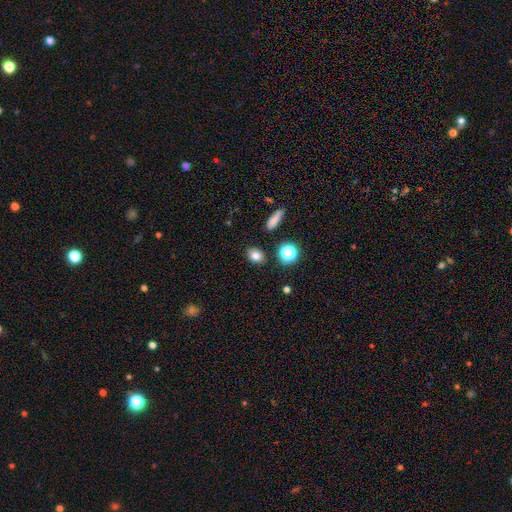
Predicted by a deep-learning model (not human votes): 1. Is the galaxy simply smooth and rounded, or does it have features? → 79% smooth, 13% star or artifact, 8% featured or disk.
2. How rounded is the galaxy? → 55% in between, 43% round, 2% cigar-shaped.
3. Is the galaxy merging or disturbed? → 87% none, 8% minor disturbance, 3% merger, 2% major disturbance.